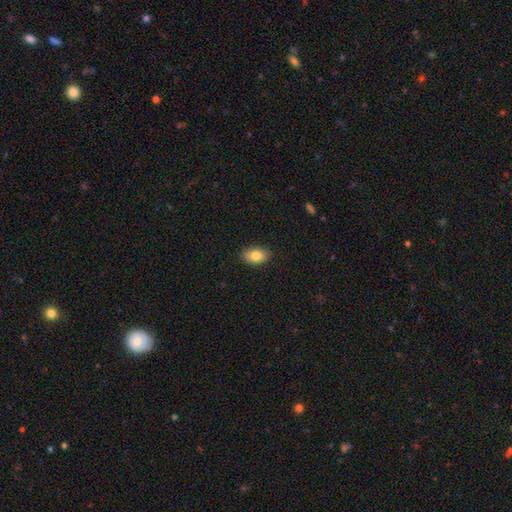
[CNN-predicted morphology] This appears to be a smooth galaxy with no disk features (82%) that is in between round and cigar-shaped (90%). Merging: none (88%).